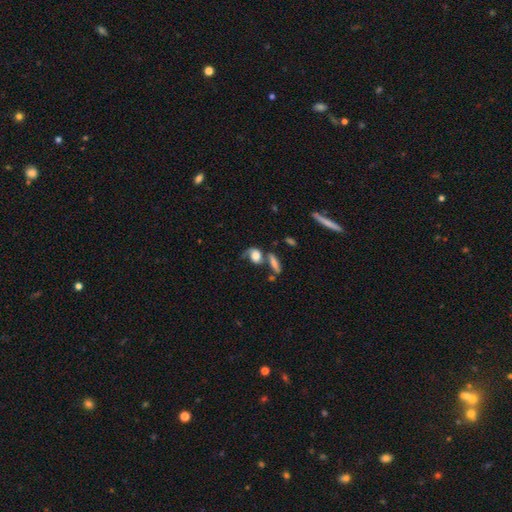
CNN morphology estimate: This is possibly a smooth galaxy (53%). How rounded: possibly in between (49%). Merging: marginally none (33%).